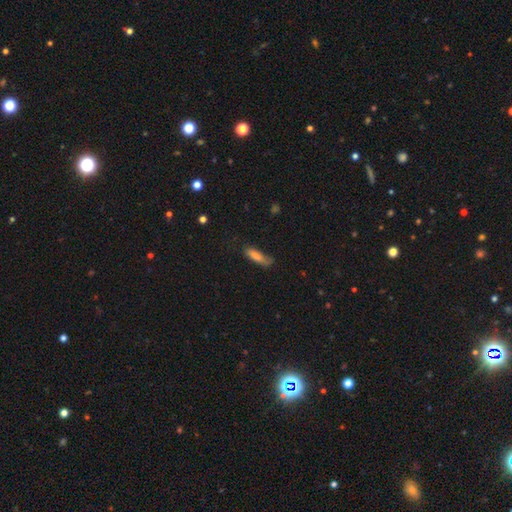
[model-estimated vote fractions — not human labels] This appears to be a smooth galaxy with no disk features (74%) that is cigar-shaped (61%). Merging: none (58%).